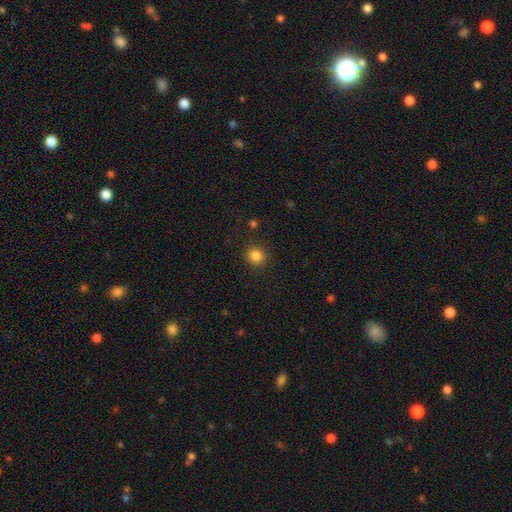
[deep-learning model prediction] This appears to be a smooth galaxy with no disk features (85%) that is round (91%). Merging: none (89%).